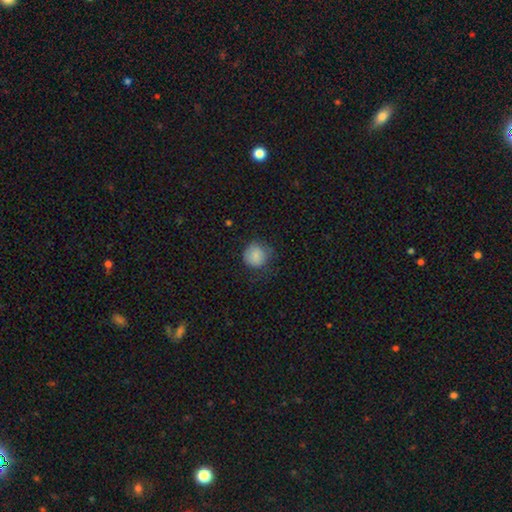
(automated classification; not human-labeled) smooth-or-featured: smooth: 84% | star or artifact: 9% | featured or disk: 7%
  how-rounded: round: 86% | in between: 13% | cigar-shaped: 1%
  merging: none: 66% | minor disturbance: 23% | major disturbance: 10% | merger: 1%